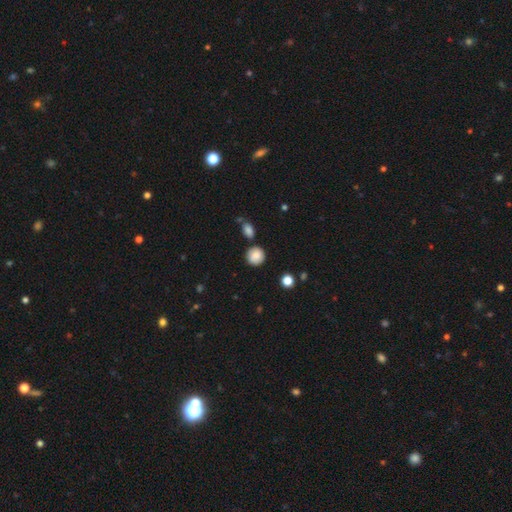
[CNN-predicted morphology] smooth_or_featured: smooth (p=0.85) [alt: star or artifact p=0.08]
how_rounded: round (p=0.91) [alt: in between p=0.08]
merging: none (p=0.82) [alt: minor disturbance p=0.10]